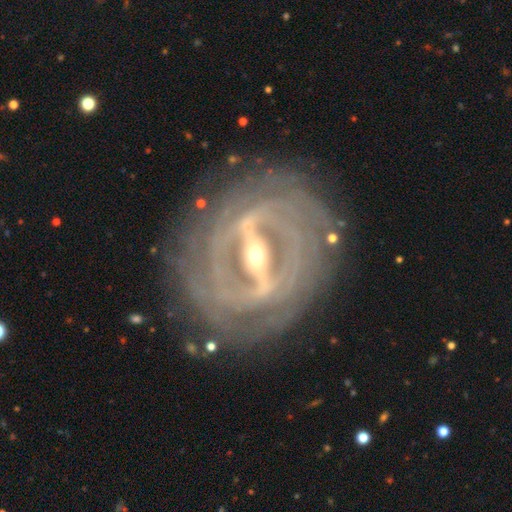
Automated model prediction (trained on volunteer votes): This appears to be a featured or disk galaxy (88%) with a strong bar (78%), tight (78%) spiral arms (92%) and a small central bulge (51%). Merging: none (84%).